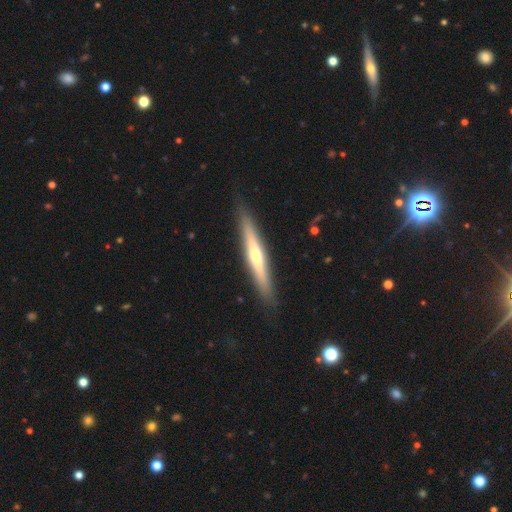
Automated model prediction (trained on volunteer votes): Smooth or featured? Predicted: featured or disk (p=0.58). Edge-on disk? Predicted: yes (p=0.94). Edge-on bulge? Predicted: rounded (p=0.76). Merging? Predicted: none (p=0.89).